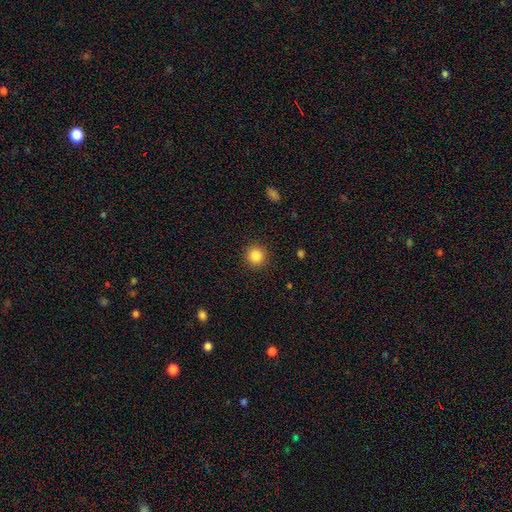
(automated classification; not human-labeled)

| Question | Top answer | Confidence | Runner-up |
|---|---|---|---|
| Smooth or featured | smooth | 86% | star or artifact (10%) |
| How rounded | round | 92% | in between (7%) |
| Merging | none | 90% | minor disturbance (6%) |